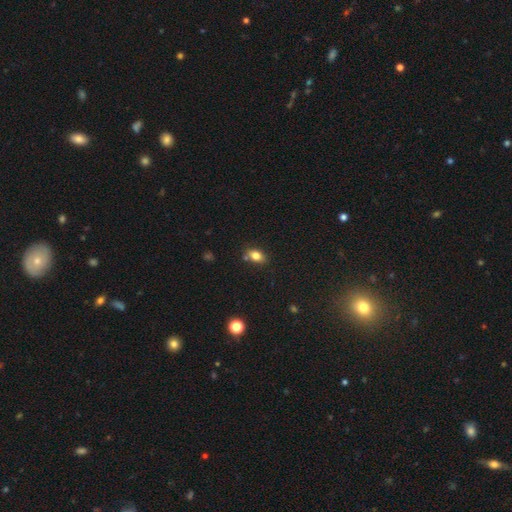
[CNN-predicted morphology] Q: Smooth or featured?
A: smooth (80%); runner-up: star or artifact (10%)
Q: How rounded?
A: in between (82%); runner-up: round (15%)
Q: Merging?
A: none (75%); runner-up: minor disturbance (14%)